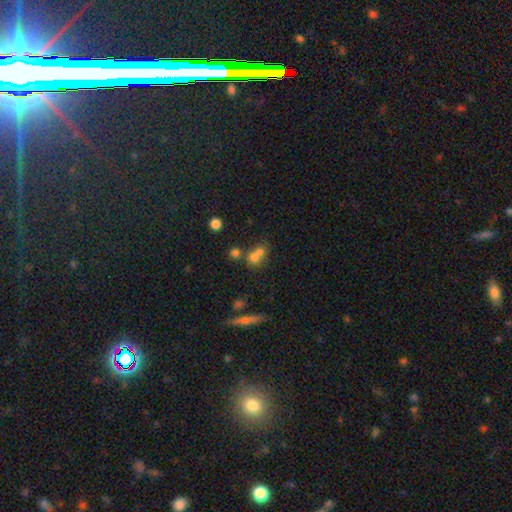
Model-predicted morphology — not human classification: This is likely a smooth galaxy (67%). How rounded: likely round (72%). Merging: possibly merger (58%).